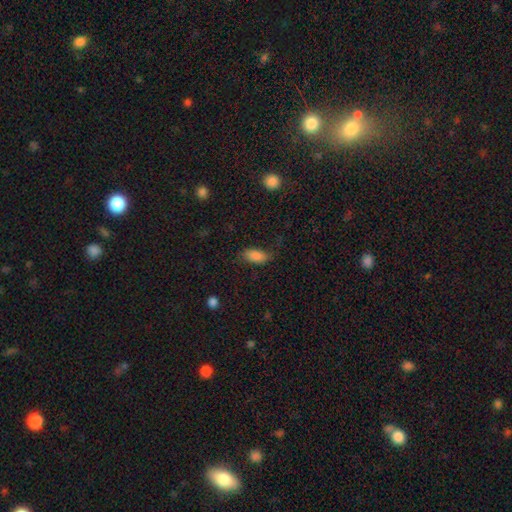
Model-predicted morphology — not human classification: Smooth or featured? Predicted: smooth (p=0.84). How rounded? Predicted: in between (p=0.89). Merging? Predicted: none (p=0.69).